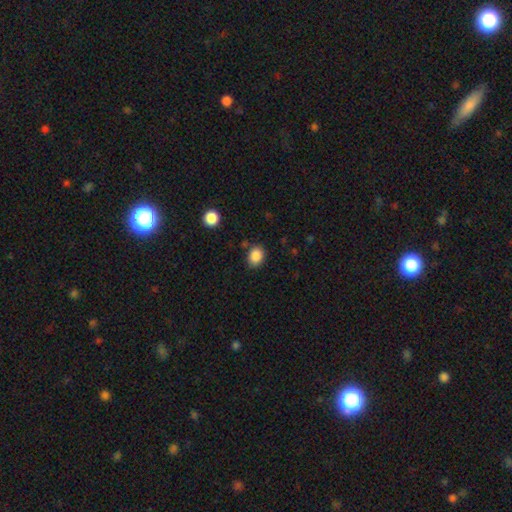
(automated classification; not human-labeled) Smooth or featured? smooth (87%)
How rounded? in between (54%)
Merging? none (82%)